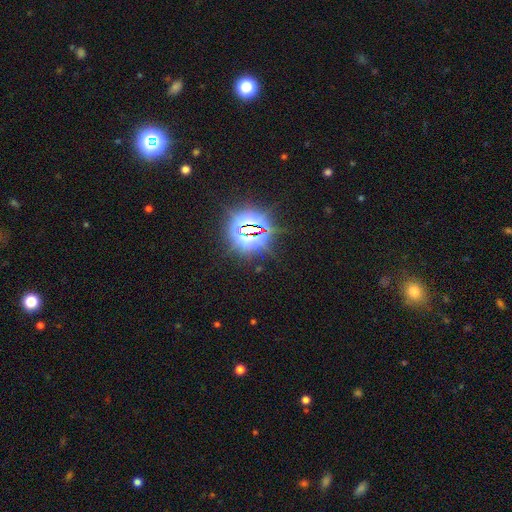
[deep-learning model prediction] smooth_or_featured: star or artifact (p=0.83) [alt: smooth p=0.11]